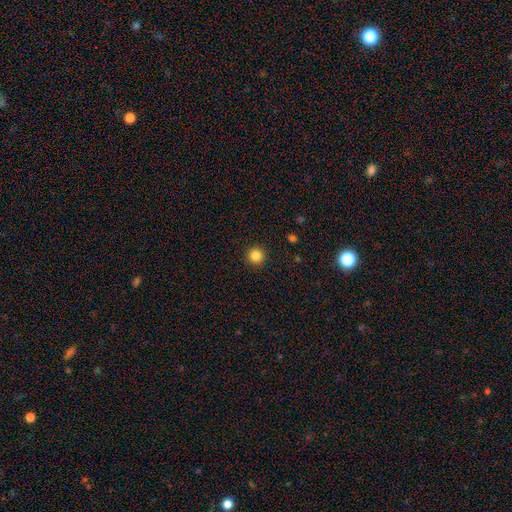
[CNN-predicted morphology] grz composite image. It shows a smooth galaxy with no disk features (84%) that is round (96%). Merging: none (92%).